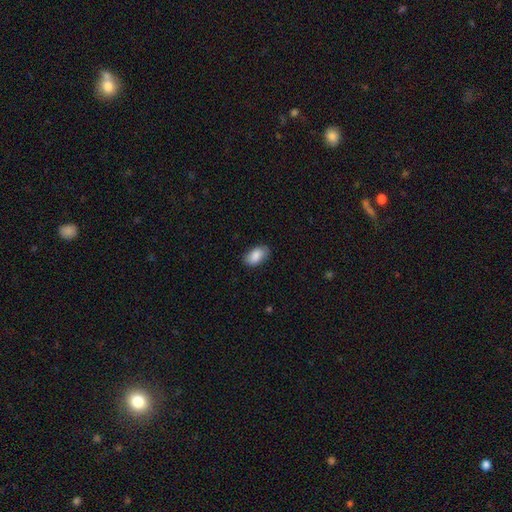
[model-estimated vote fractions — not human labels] smooth 88%, star or artifact 6%, featured or disk 6%. Down the decision tree: how rounded — in between (94%); merging — none (84%).